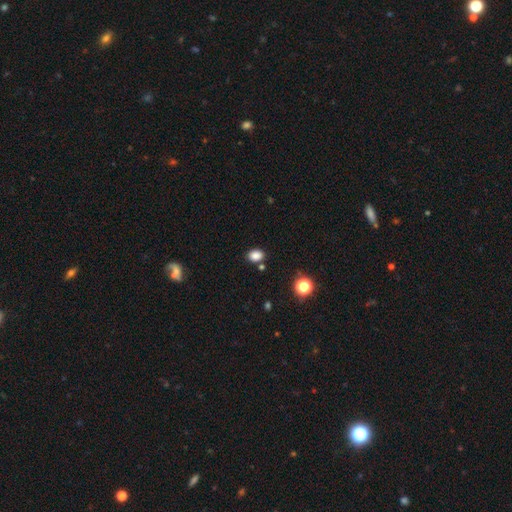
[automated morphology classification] smooth 84%, star or artifact 11%, featured or disk 4%. Down the decision tree: how rounded — in between (67%); merging — none (80%).